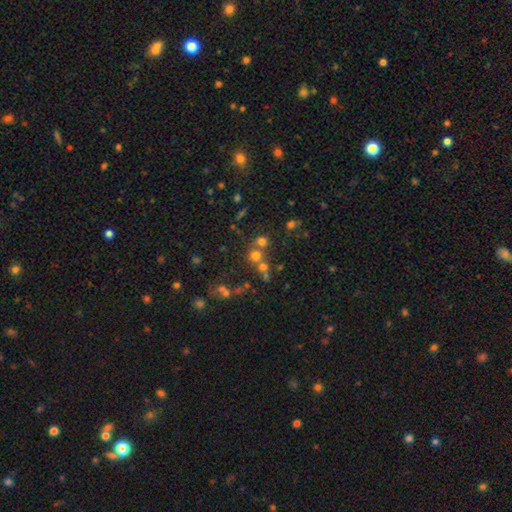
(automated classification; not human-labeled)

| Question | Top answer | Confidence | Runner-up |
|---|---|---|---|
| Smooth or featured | smooth | 60% | star or artifact (25%) |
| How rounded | round | 87% | in between (12%) |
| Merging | none | 52% | merger (37%) |